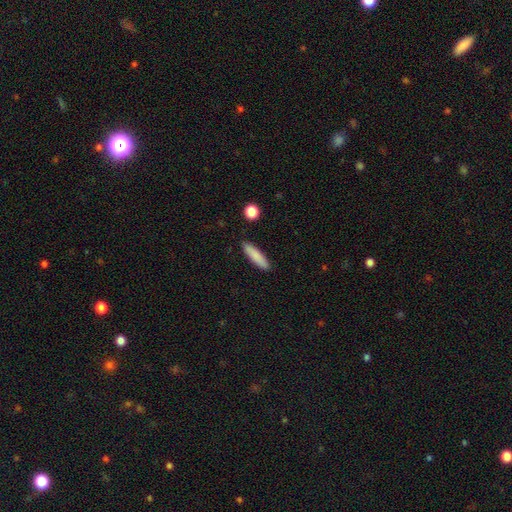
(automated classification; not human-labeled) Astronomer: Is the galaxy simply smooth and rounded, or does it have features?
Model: smooth — 84%.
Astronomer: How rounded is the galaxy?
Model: cigar-shaped — 75%.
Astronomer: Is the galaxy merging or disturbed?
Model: none — 88%.